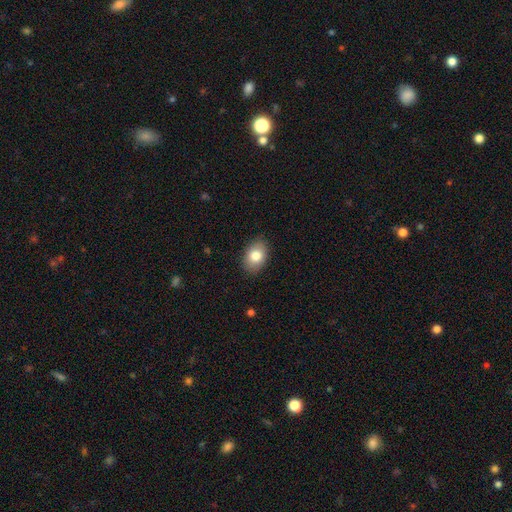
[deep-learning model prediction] This appears to be a smooth galaxy with no disk features (82%) that is in between round and cigar-shaped (83%). Merging: none (87%).